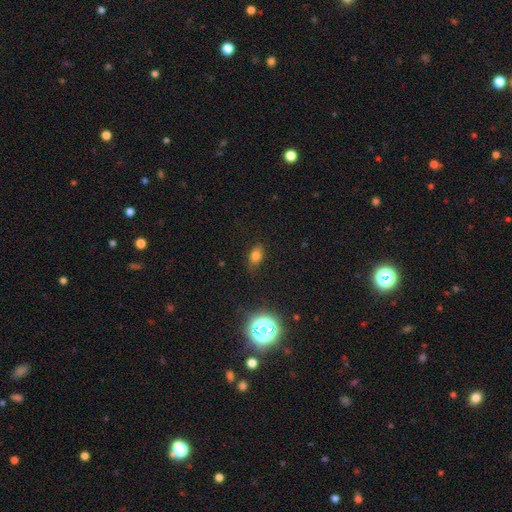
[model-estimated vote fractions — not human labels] Smooth or featured: smooth — 74% (star or artifact — 17%)
How rounded: in between — 79% (round — 16%)
Merging: none — 77% (minor disturbance — 17%)